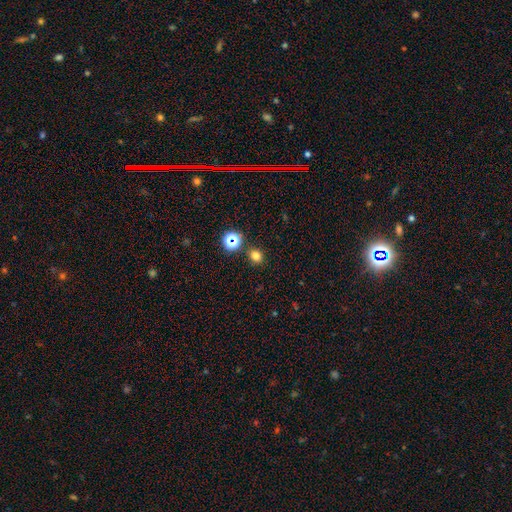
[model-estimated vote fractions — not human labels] Morphology: type=smooth (75%); roundness=round (75%); merging=none (85%).